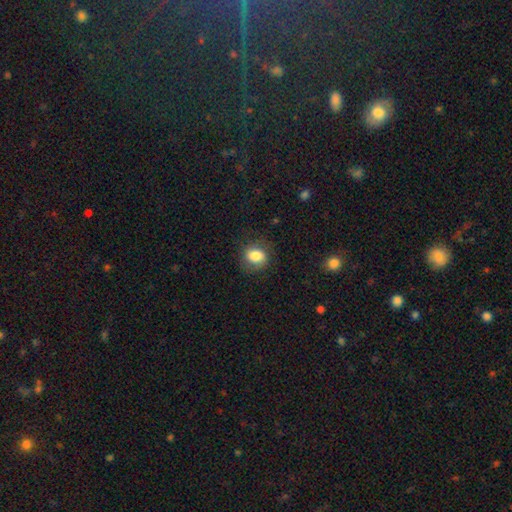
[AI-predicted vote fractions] A smooth galaxy with no disk features (80%) that is round (55%). Merging: none (78%).